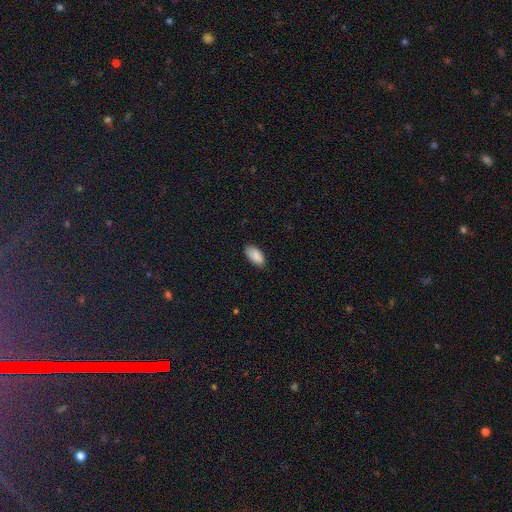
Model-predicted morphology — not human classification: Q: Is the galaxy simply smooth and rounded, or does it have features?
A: smooth — 89%.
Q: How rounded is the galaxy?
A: in between — 93%.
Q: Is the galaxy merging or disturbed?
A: none — 79%.